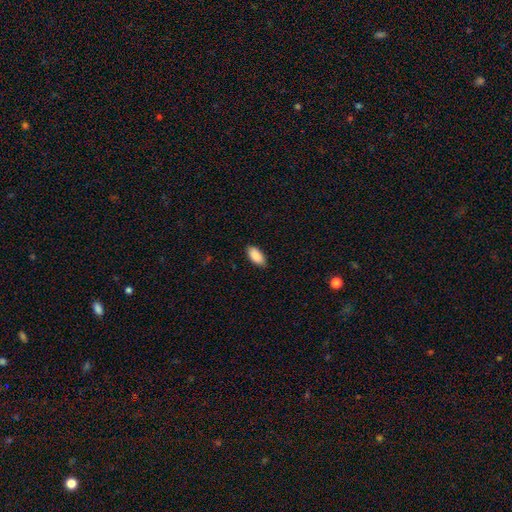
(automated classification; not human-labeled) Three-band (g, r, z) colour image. It shows a smooth galaxy with no disk features (90%) that is in between round and cigar-shaped (93%). Merging: none (85%).